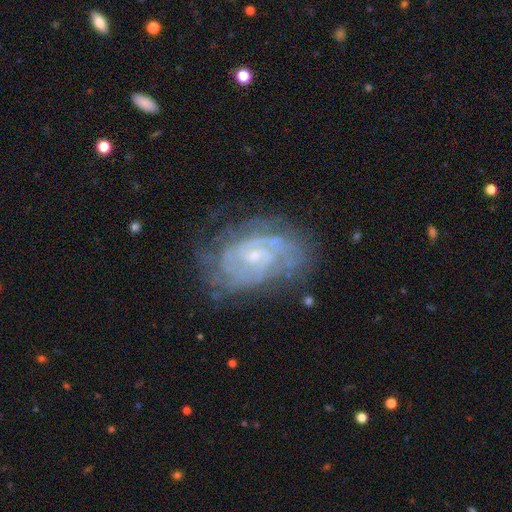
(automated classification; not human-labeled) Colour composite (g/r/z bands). It shows a featured or disk galaxy (84%) with no bar (56%), tight (66%) spiral arms (93%) and a small central bulge (73%). Merging: none (66%).